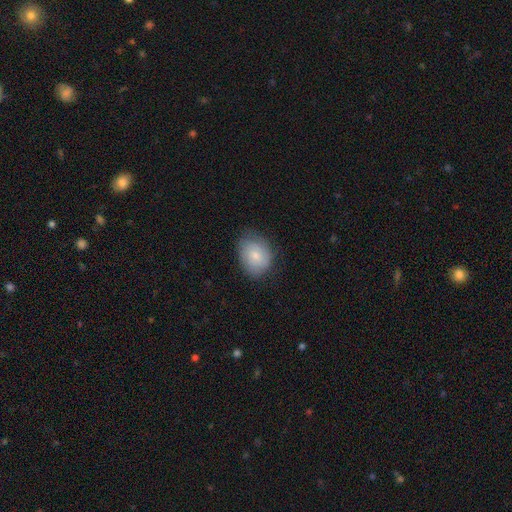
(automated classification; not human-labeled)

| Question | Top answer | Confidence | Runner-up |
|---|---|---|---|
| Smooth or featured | smooth | 74% | featured or disk (19%) |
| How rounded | in between | 61% | round (38%) |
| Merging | none | 72% | minor disturbance (22%) |